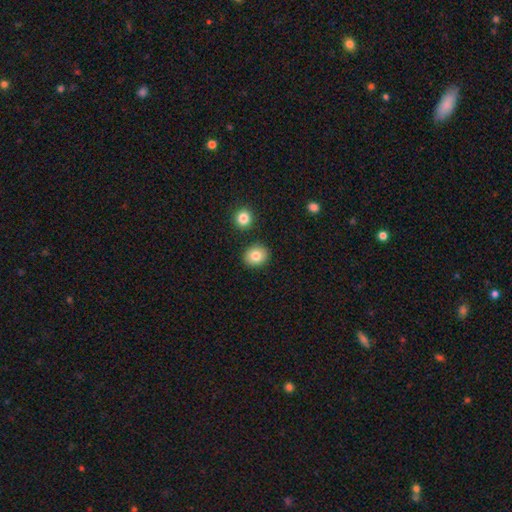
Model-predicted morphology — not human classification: Q: Smooth or featured?
A: smooth (83%); runner-up: star or artifact (9%)
Q: How rounded?
A: round (73%); runner-up: in between (26%)
Q: Merging?
A: none (88%); runner-up: minor disturbance (7%)